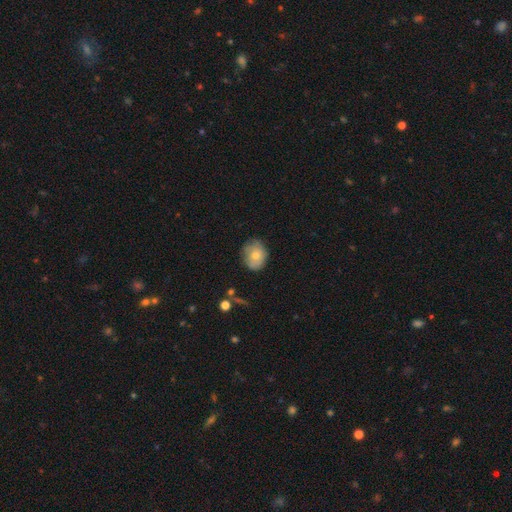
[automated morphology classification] smooth-or-featured: smooth: 70% | featured or disk: 22% | star or artifact: 8%
  how-rounded: round: 54% | in between: 45% | cigar-shaped: 1%
  merging: none: 69% | minor disturbance: 24% | major disturbance: 6% | merger: 2%